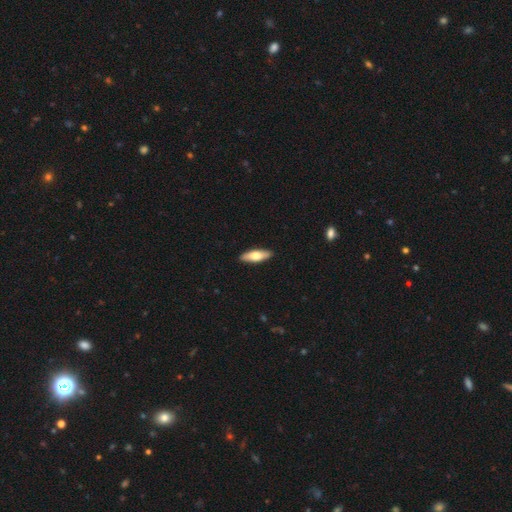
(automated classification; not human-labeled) Q: Smooth or featured?
A: smooth (64%); runner-up: featured or disk (31%)
Q: How rounded?
A: in between (50%); runner-up: cigar-shaped (48%)
Q: Merging?
A: none (90%); runner-up: minor disturbance (7%)